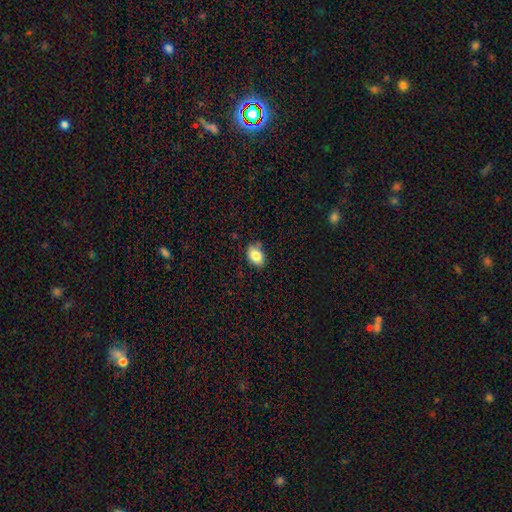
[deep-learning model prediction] The model was most divided on "merging": none: 79%, minor disturbance: 15%, merger: 3%, major disturbance: 3%. More confident: smooth or featured — smooth (84%); how rounded — in between (82%).